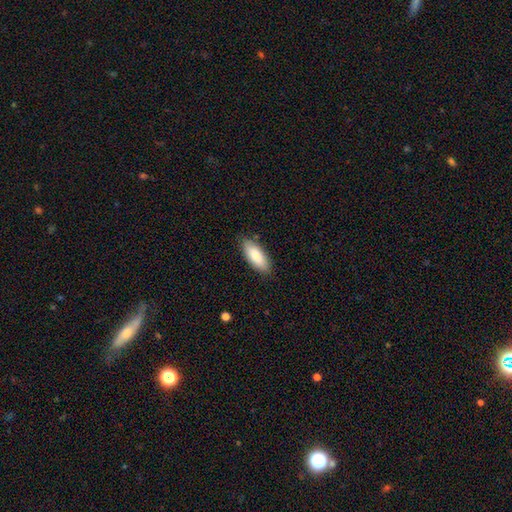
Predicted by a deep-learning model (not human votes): Smooth or featured? Predicted: smooth (p=0.84). How rounded? Predicted: in between (p=0.78). Merging? Predicted: none (p=0.85).